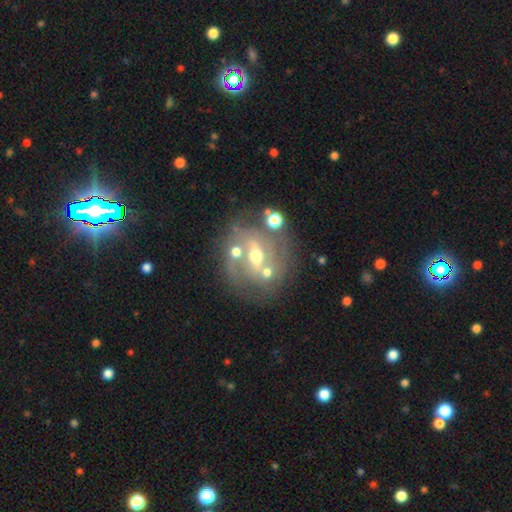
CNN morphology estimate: Smooth or featured?
  - featured or disk: 74% *
  - smooth: 15%
  - star or artifact: 11%
Edge-on disk?
  - no: 96% *
  - yes: 4%
Bar?
  - weak: 38% *
  - strong: 36%
  - no: 26%
Spiral arms?
  - yes: 69% *
  - no: 31%
Bulge size?
  - moderate: 63% *
  - small: 28%
  - large: 5%
  - none: 2%
  - dominant: 1%
Merging?
  - none: 54% *
  - merger: 18%
  - minor disturbance: 17%
  - major disturbance: 11%